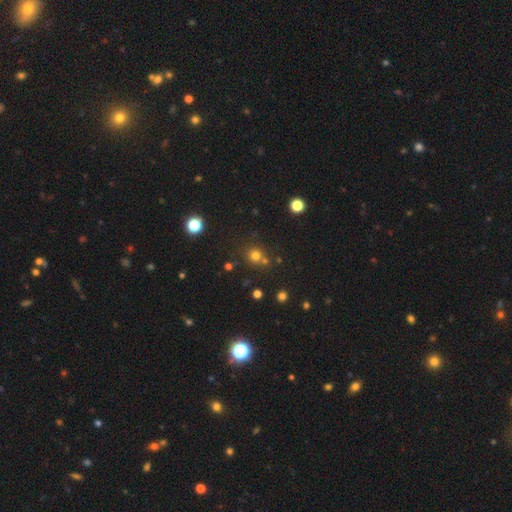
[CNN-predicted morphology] type=smooth (72%); roundness=round (90%); merging=none (68%).